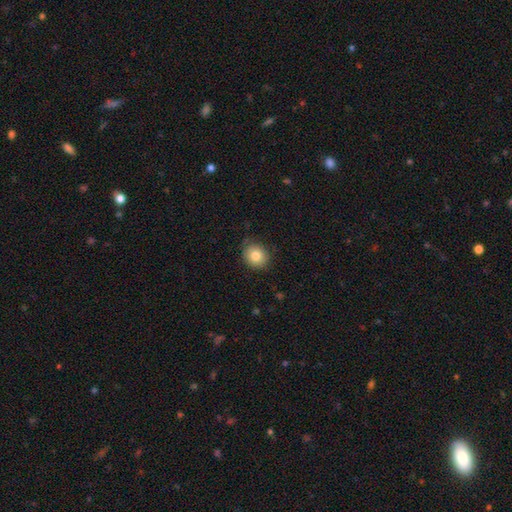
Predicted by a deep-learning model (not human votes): Smooth or featured? Predicted: smooth (p=0.82). How rounded? Predicted: round (p=0.74). Merging? Predicted: none (p=0.82).